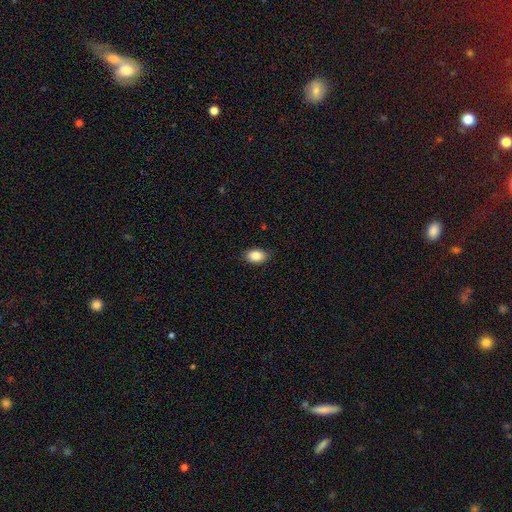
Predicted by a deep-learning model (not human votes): Overall: smooth (86%). How rounded: in between (87%). Merging: none (86%).